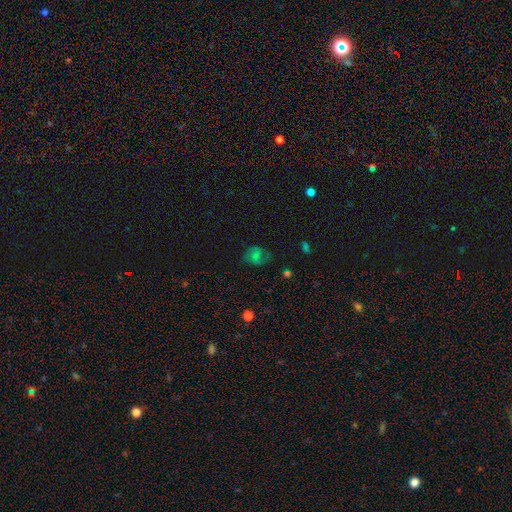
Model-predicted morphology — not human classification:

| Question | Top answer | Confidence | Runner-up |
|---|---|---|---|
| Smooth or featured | featured or disk | 44% | smooth (40%) |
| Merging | none | 66% | minor disturbance (20%) |